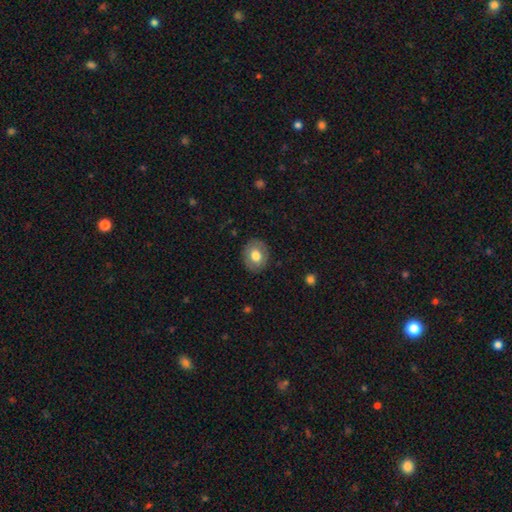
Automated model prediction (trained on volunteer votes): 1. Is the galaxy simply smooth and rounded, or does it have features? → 72% smooth, 20% featured or disk, 8% star or artifact.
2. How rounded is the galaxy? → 58% round, 41% in between, 1% cigar-shaped.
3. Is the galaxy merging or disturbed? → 86% none, 10% minor disturbance, 3% major disturbance, 1% merger.